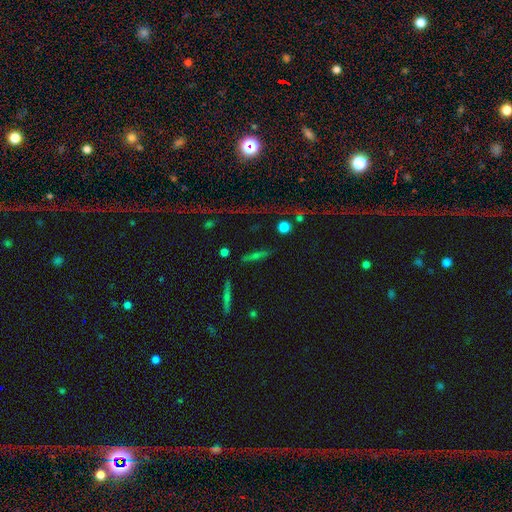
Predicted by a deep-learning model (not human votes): This appears to be a featured or disk galaxy (51%) viewed edge-on (89%). Merging: none (84%).